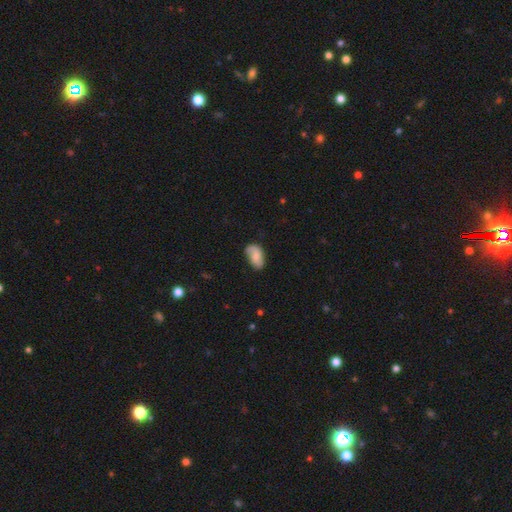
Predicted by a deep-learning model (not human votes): A smooth galaxy with no disk features (62%) that is in between round and cigar-shaped (92%). Merging: none (60%).